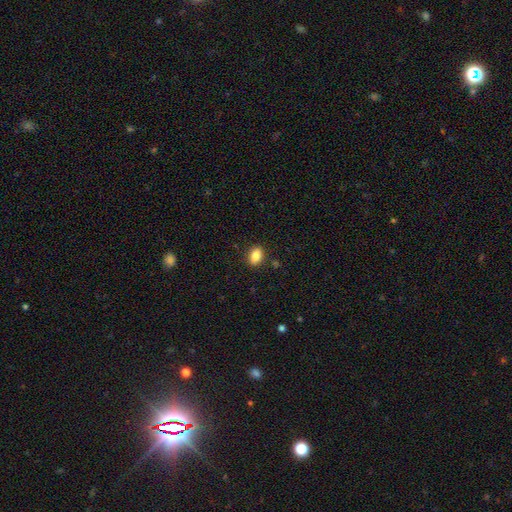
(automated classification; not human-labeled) smooth-or-featured: smooth: 86% | star or artifact: 8% | featured or disk: 6%
  how-rounded: in between: 80% | round: 19% | cigar-shaped: 2%
  merging: none: 88% | minor disturbance: 9% | major disturbance: 2% | merger: 2%